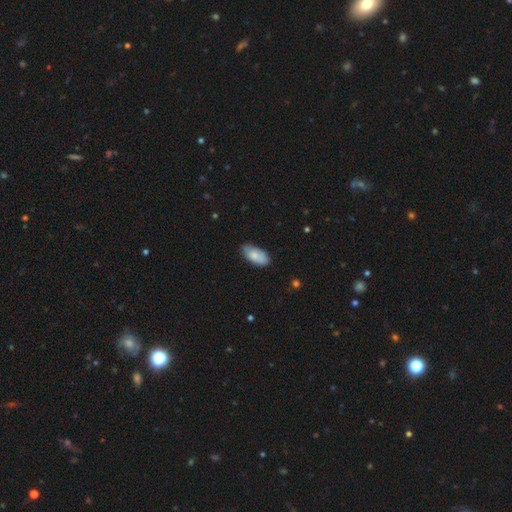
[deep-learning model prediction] smooth 80%, featured or disk 13%, star or artifact 6%. Down the decision tree: how rounded — in between (93%); merging — none (71%).